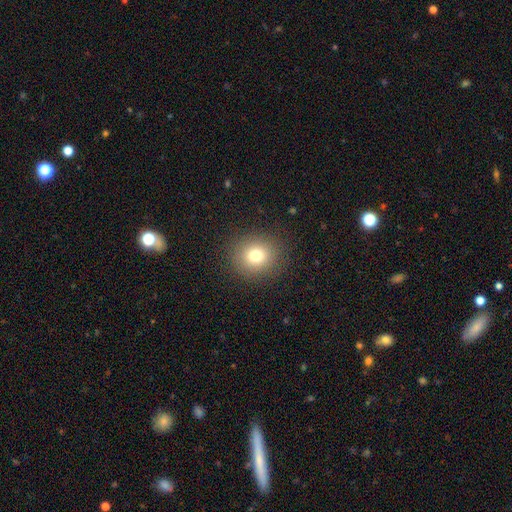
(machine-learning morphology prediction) smooth_or_featured: smooth (p=0.76) [alt: star or artifact p=0.14]
how_rounded: round (p=0.84) [alt: in between p=0.15]
merging: none (p=0.89) [alt: minor disturbance p=0.07]